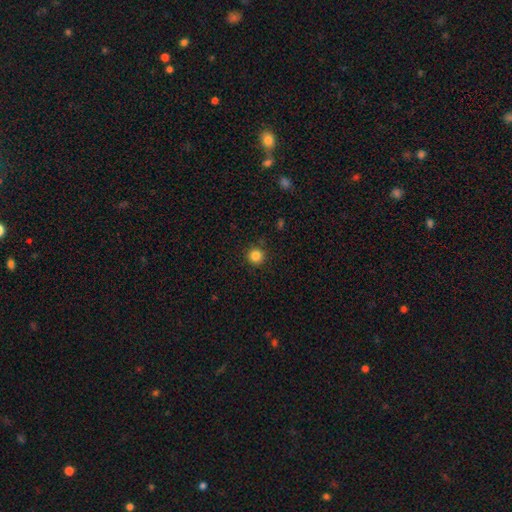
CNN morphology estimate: The model was most divided on "smooth or featured": smooth: 84%, star or artifact: 12%, featured or disk: 4%. More confident: how rounded — round (95%); merging — none (91%).